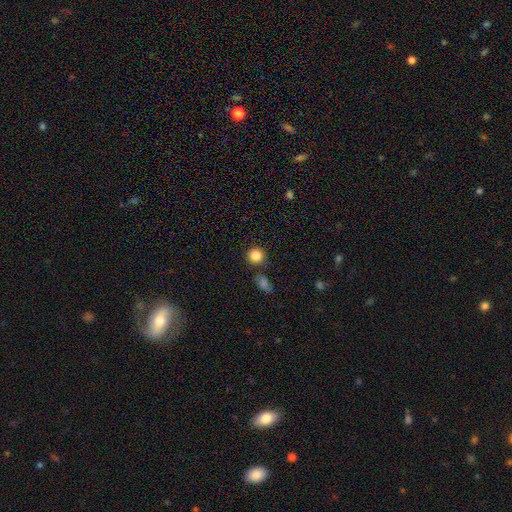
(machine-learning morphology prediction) Overall: smooth (85%). How rounded: round (92%). Merging: none (81%).